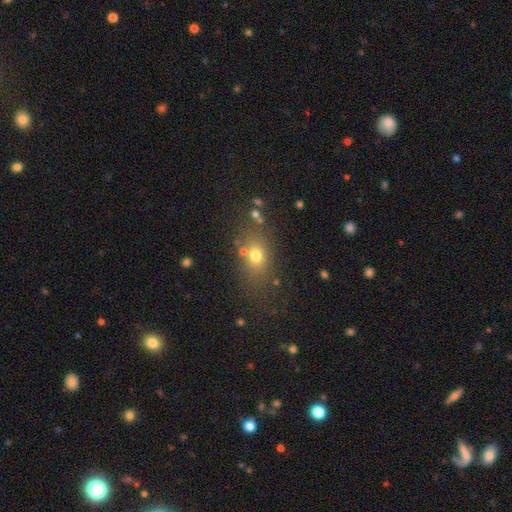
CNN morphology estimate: smooth_or_featured: smooth (p=0.70) [alt: star or artifact p=0.17]
how_rounded: in between (p=0.60) [alt: round p=0.37]
merging: none (p=0.70) [alt: minor disturbance p=0.15]